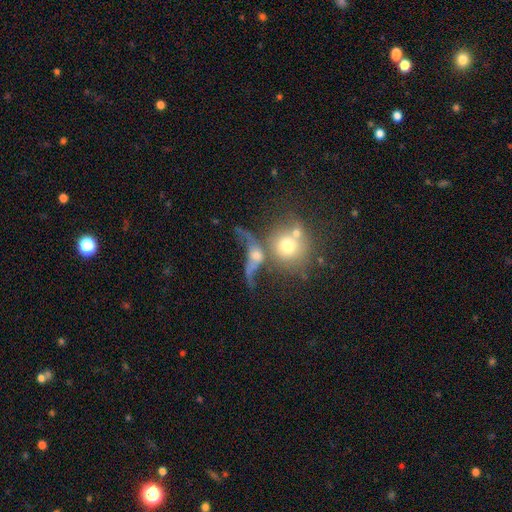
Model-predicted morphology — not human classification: A featured or disk galaxy (53%). Merging: merger (52%).